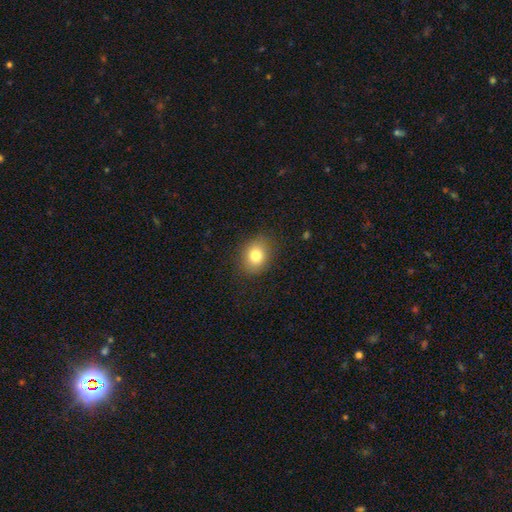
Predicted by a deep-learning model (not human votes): The model was most divided on "how rounded": in between: 52%, round: 47%, cigar-shaped: 1%. More confident: merging — none (86%); smooth or featured — smooth (80%).